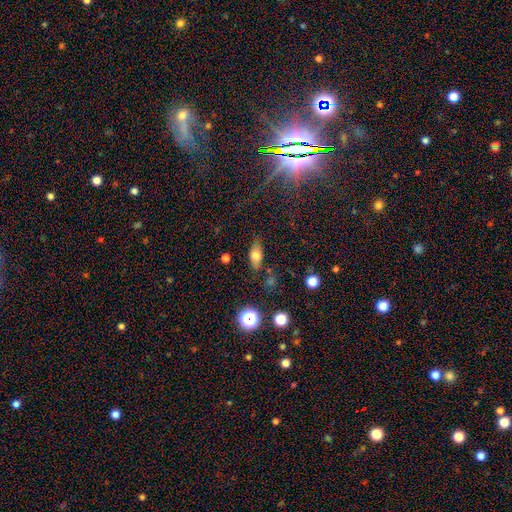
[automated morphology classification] smooth_or_featured: smooth (p=0.70) [alt: featured or disk p=0.19]
how_rounded: in between (p=0.78) [alt: cigar-shaped p=0.14]
merging: none (p=0.77) [alt: minor disturbance p=0.15]